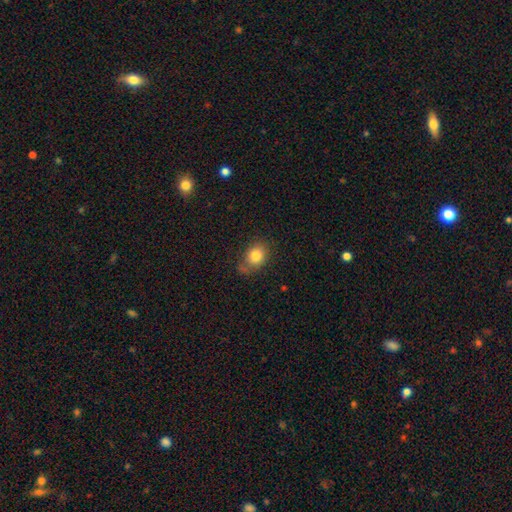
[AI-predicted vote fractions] Overall: smooth (81%). How rounded: in between (50%; round 48%). Merging: none (63%).